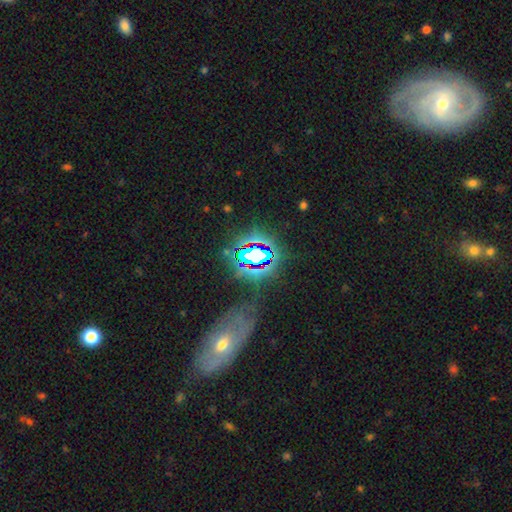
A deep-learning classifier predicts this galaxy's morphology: This appears to be a star or artifact, not a galaxy (73%).